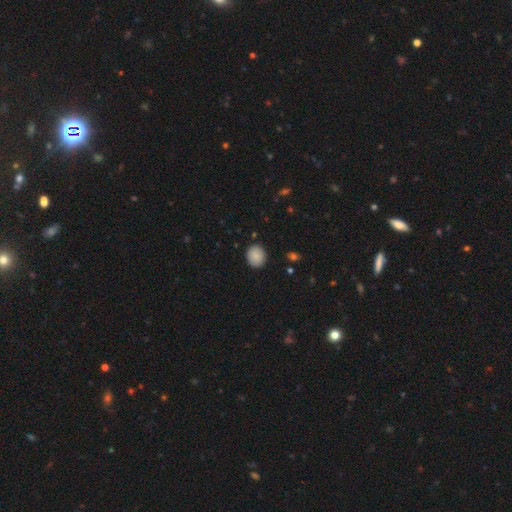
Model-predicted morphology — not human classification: A smooth galaxy with no disk features (88%) that is round (68%). Merging: none (89%).